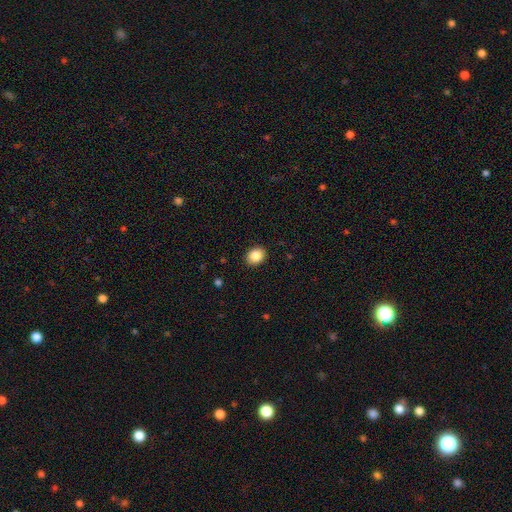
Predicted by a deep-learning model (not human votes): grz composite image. It shows a smooth galaxy with no disk features (86%) that is round (53%). Merging: none (91%).